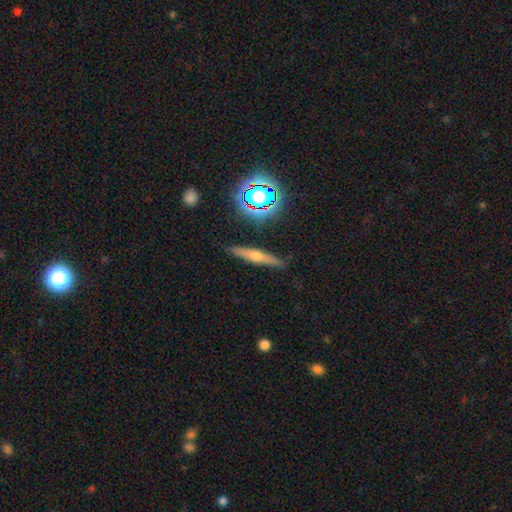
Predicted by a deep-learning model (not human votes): A featured or disk galaxy (50%) viewed edge-on (92%).

Vote fractions:
- Smooth or featured? featured or disk: 50% / smooth: 37% / star or artifact: 12%
- Edge-on disk? yes: 92% / no: 8%
- Merging? none: 88% / minor disturbance: 9% / major disturbance: 2% / merger: 2%